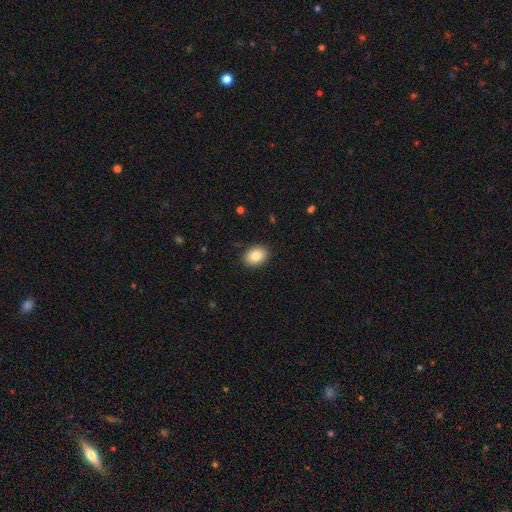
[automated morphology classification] This is clearly a smooth galaxy (85%). How rounded: likely in between (72%). Merging: clearly none (89%).